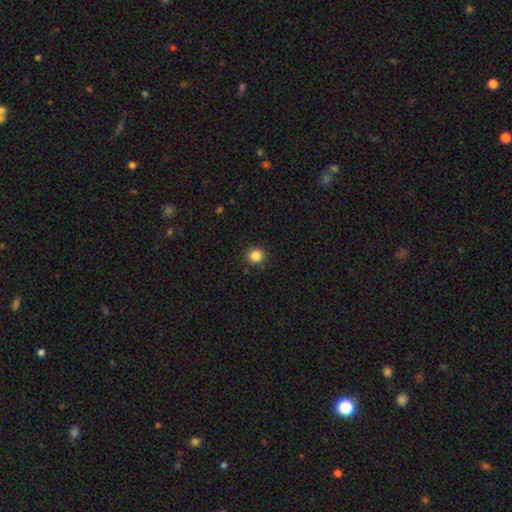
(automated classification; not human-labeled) This is clearly a smooth galaxy (85%). How rounded: clearly round (88%). Merging: clearly none (90%).